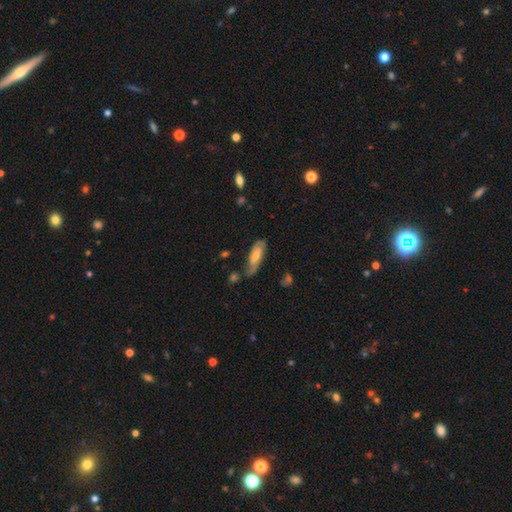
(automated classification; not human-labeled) Q: Smooth or featured?
A: smooth (55%); runner-up: featured or disk (39%)
Q: How rounded?
A: in between (61%); runner-up: cigar-shaped (37%)
Q: Merging?
A: none (56%); runner-up: minor disturbance (29%)